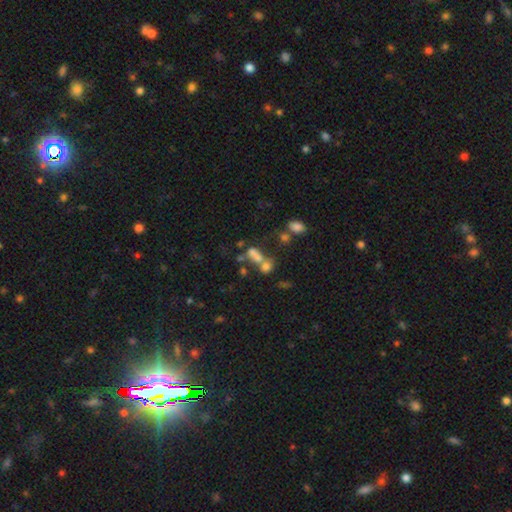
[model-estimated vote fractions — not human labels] A smooth galaxy with no disk features (60%) that is in between round and cigar-shaped (69%).

Vote fractions:
- Smooth or featured? smooth: 60% / star or artifact: 20% / featured or disk: 20%
- How rounded? in between: 69% / round: 24% / cigar-shaped: 7%
- Merging? merger: 55% / none: 25% / major disturbance: 10% / minor disturbance: 9%